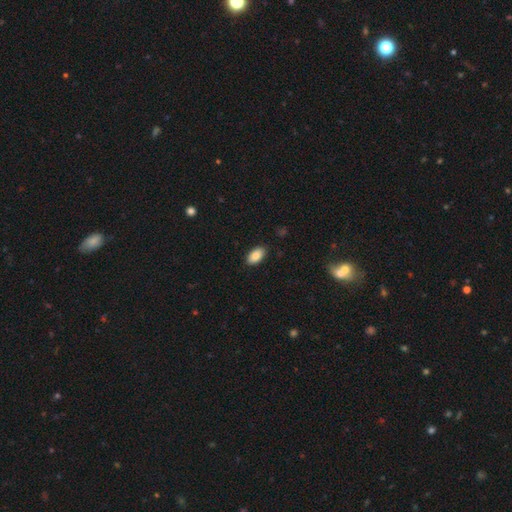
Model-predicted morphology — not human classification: Smooth or featured? smooth (87%)
How rounded? in between (94%)
Merging? none (88%)